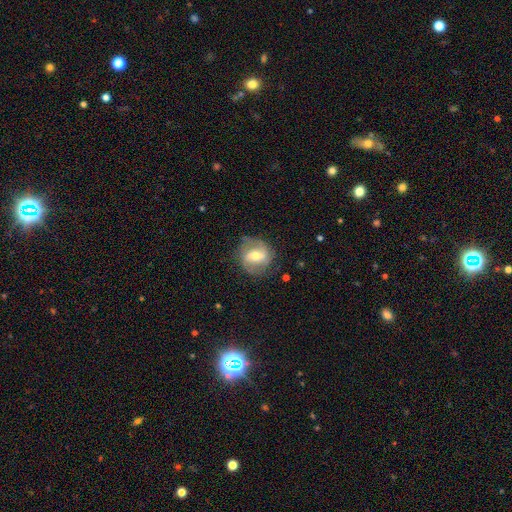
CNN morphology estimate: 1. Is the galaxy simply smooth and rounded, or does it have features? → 69% featured or disk, 24% smooth, 7% star or artifact.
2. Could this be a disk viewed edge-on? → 96% no, 4% yes.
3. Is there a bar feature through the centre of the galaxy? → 44% weak, 36% strong, 19% no.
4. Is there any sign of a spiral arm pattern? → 83% yes, 17% no.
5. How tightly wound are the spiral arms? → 45% medium, 27% loose, 27% tight.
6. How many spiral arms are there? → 83% 2, 10% can't tell, 3% 1, 2% 3, 1% 4, 1% more than 4.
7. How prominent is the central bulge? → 62% moderate, 30% small, 5% large, 1% none, 1% dominant.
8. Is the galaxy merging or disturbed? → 75% none, 16% minor disturbance, 7% major disturbance, 1% merger.